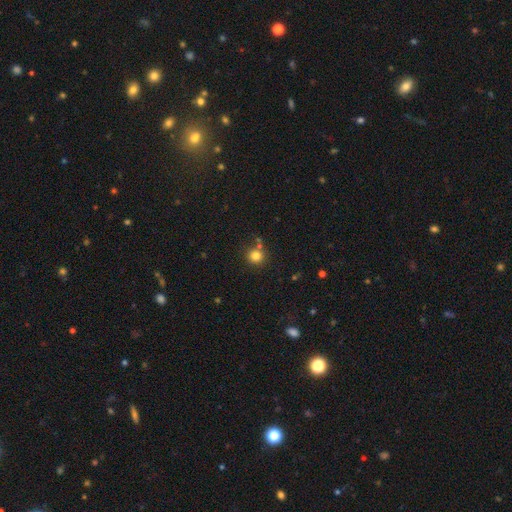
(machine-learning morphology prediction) A smooth galaxy with no disk features (81%) that is round (91%).

Vote fractions:
- Smooth or featured? smooth: 81% / star or artifact: 13% / featured or disk: 6%
- How rounded? round: 91% / in between: 8% / cigar-shaped: 1%
- Merging? none: 74% / merger: 12% / minor disturbance: 10% / major disturbance: 4%